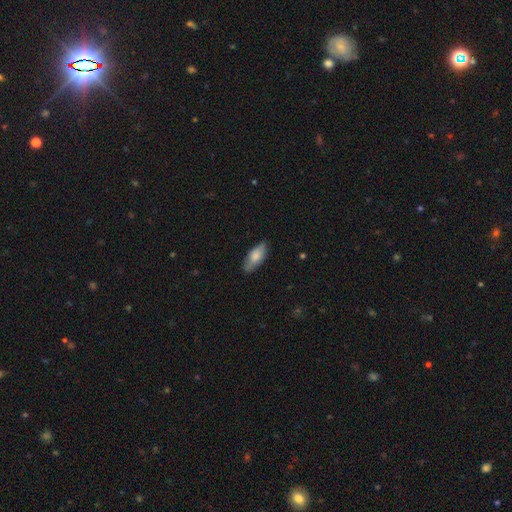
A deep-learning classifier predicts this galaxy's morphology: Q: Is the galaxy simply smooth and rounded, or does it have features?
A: smooth — 75%.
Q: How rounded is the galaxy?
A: in between — 82%.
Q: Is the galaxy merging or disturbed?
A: none — 79%.